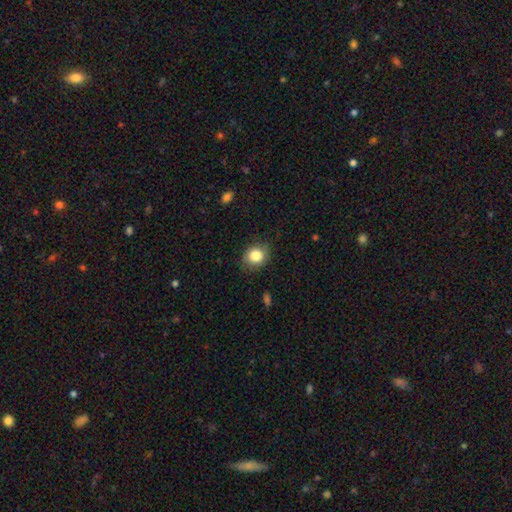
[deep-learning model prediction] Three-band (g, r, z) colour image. It shows a smooth galaxy with no disk features (83%) that is round (68%). Merging: none (84%).